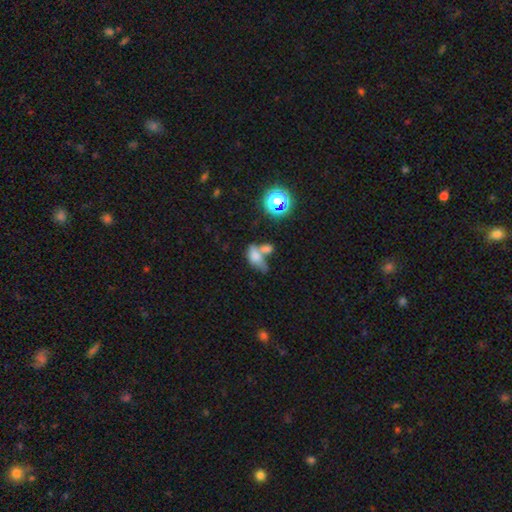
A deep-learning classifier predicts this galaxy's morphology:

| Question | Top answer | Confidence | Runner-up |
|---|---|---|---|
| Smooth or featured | smooth | 65% | featured or disk (20%) |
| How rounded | in between | 84% | round (11%) |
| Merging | merger | 54% | none (21%) |